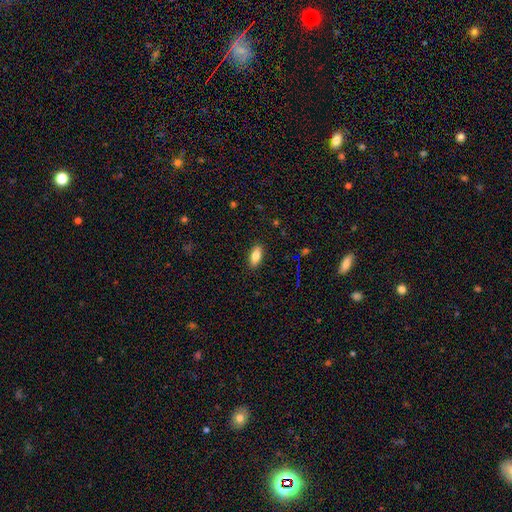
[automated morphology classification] smooth 82%, featured or disk 11%, star or artifact 8%. Down the decision tree: how rounded — in between (84%); merging — none (89%).